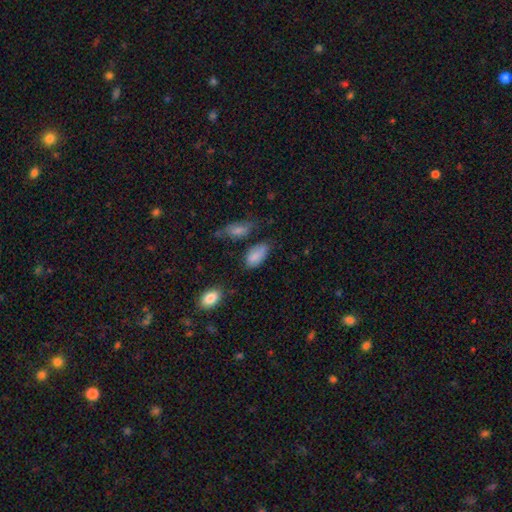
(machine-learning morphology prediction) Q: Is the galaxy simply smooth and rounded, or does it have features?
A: smooth — 82%.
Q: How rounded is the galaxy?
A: in between — 93%.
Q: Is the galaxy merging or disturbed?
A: none — 58%.